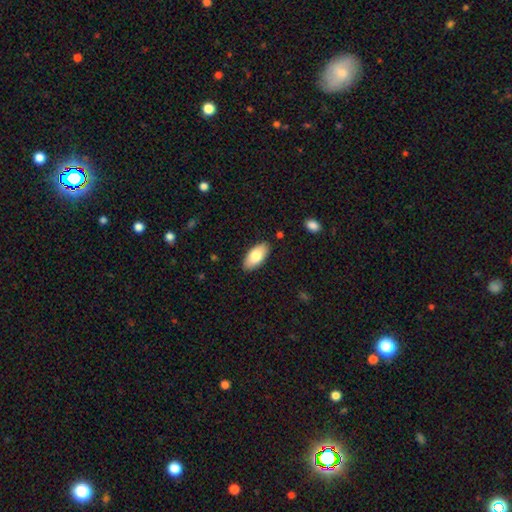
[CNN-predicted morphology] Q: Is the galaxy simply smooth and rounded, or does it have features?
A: smooth — 80%.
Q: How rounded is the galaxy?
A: in between — 93%.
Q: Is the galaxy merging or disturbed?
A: none — 87%.